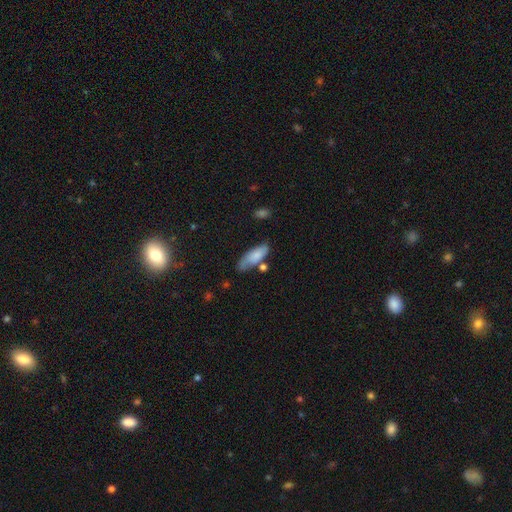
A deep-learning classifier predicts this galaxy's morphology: smooth 72%, featured or disk 21%, star or artifact 7%. Down the decision tree: how rounded — in between (74%); merging — none (53%).